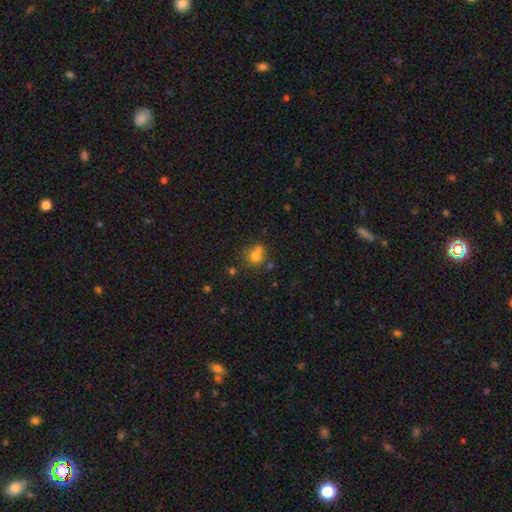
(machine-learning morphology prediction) This is likely a smooth galaxy (72%). How rounded: likely round (79%). Merging: possibly none (46%).